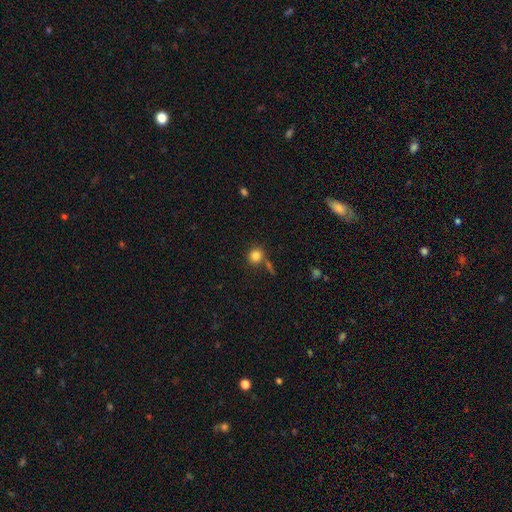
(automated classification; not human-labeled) smooth 84%, star or artifact 11%, featured or disk 6%. Down the decision tree: how rounded — round (85%); merging — none (71%).